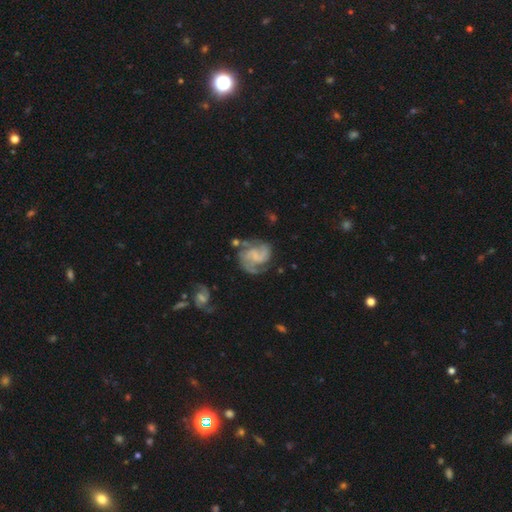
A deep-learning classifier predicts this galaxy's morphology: A featured or disk galaxy (82%) with no bar (46%), 2 (69%) medium (48%) spiral arms (95%) and no central bulge (60%).

Vote fractions:
- Smooth or featured? featured or disk: 82% / smooth: 12% / star or artifact: 6%
- Edge-on disk? no: 98% / yes: 2%
- Bar? no: 46% / weak: 42% / strong: 13%
- Spiral arms? yes: 95% / no: 5%
- Spiral winding? medium: 48% / tight: 34% / loose: 18%
- Spiral arm count? 2: 69% / 3: 11% / can't tell: 10% / 1: 4% / 4: 2% / more than 4: 2%
- Bulge size? none: 60% / small: 24% / moderate: 11% / large: 3% / dominant: 1%
- Merging? none: 62% / minor disturbance: 20% / major disturbance: 13% / merger: 5%